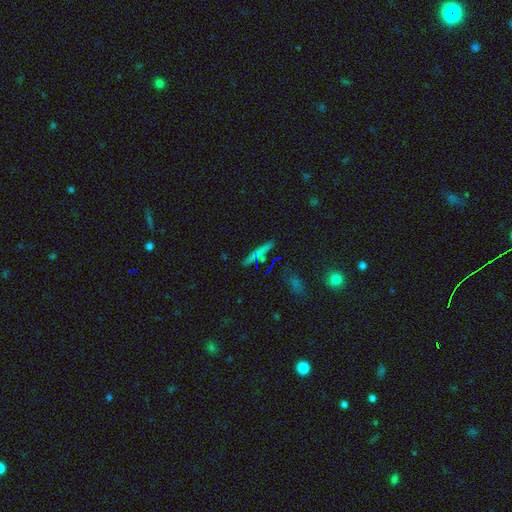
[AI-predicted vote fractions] smooth-or-featured: smooth: 53% | featured or disk: 25% | star or artifact: 22%
  how-rounded: cigar-shaped: 81% | in between: 13% | round: 6%
  merging: none: 84% | minor disturbance: 10% | merger: 4% | major disturbance: 3%